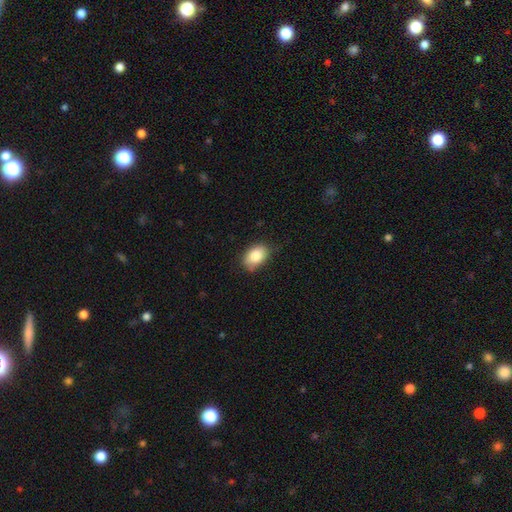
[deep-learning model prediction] Smooth or featured? smooth (84%)
How rounded? in between (83%)
Merging? none (70%)